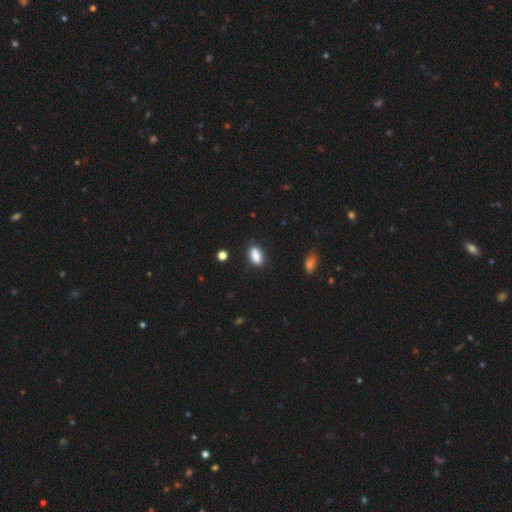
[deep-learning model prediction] Smooth or featured: smooth — 84% (star or artifact — 9%)
How rounded: in between — 86% (round — 7%)
Merging: none — 74% (minor disturbance — 17%)